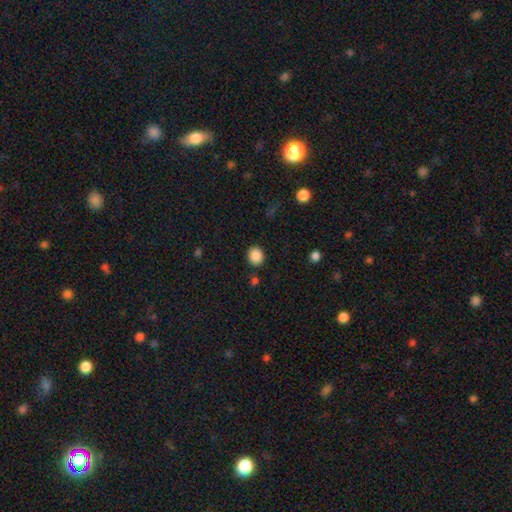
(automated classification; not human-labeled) The model was most divided on "how rounded": round: 75%, in between: 24%, cigar-shaped: 1%. More confident: smooth or featured — smooth (88%); merging — none (87%).